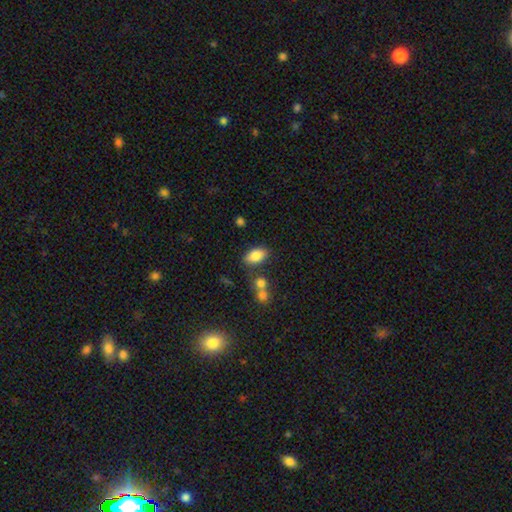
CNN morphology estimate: Smooth or featured? Predicted: smooth (p=0.83). How rounded? Predicted: in between (p=0.91). Merging? Predicted: none (p=0.74).